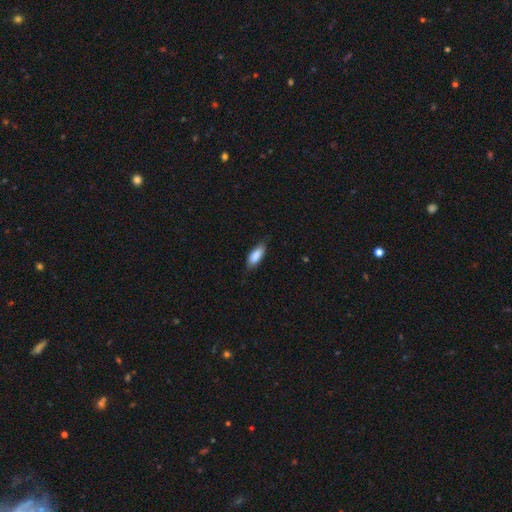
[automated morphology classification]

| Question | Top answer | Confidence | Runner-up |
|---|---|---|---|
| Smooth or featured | smooth | 88% | featured or disk (7%) |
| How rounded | in between | 77% | cigar-shaped (21%) |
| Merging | none | 78% | minor disturbance (18%) |